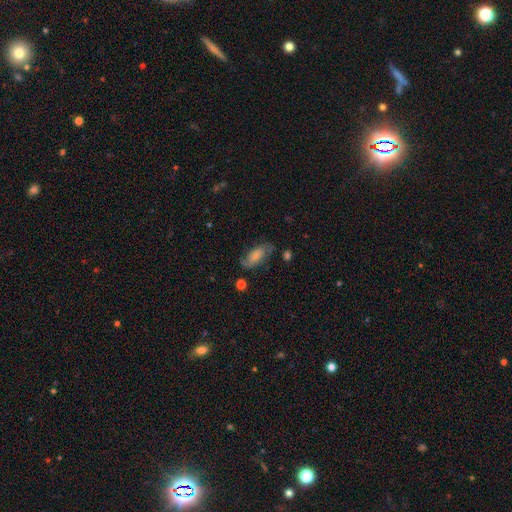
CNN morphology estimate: Smooth or featured? smooth (59%)
How rounded? in between (85%)
Merging? none (65%)